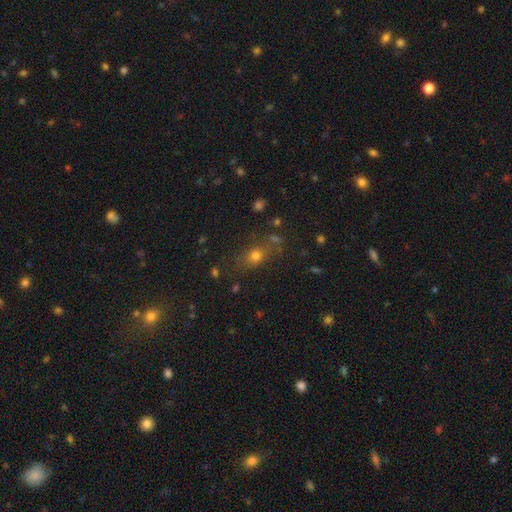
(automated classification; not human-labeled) Q: Smooth or featured?
A: smooth (68%); runner-up: star or artifact (20%)
Q: How rounded?
A: in between (50%); runner-up: round (45%)
Q: Merging?
A: none (73%); runner-up: minor disturbance (15%)